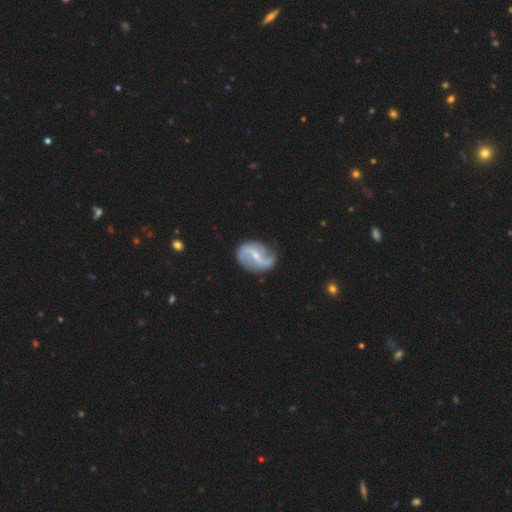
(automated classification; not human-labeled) Smooth or featured?
  - featured or disk: 88% *
  - smooth: 8%
  - star or artifact: 5%
Edge-on disk?
  - no: 97% *
  - yes: 3%
Bar?
  - weak: 44% *
  - strong: 37%
  - no: 19%
Spiral arms?
  - yes: 96% *
  - no: 4%
Spiral winding?
  - loose: 68% *
  - medium: 25%
  - tight: 7%
Spiral arm count?
  - 2: 92% *
  - can't tell: 3%
  - 1: 2%
  - 3: 1%
  - 4: 1%
  - more than 4: 1%
Bulge size?
  - small: 68% *
  - moderate: 24%
  - none: 6%
  - large: 1%
  - dominant: 1%
Merging?
  - none: 78% *
  - minor disturbance: 15%
  - major disturbance: 5%
  - merger: 2%